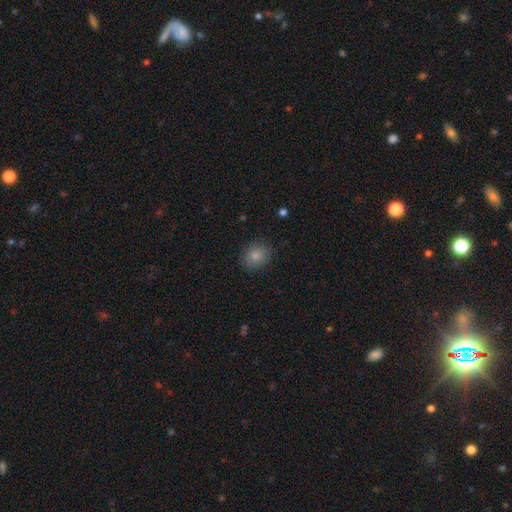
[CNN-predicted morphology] Smooth or featured?
  - smooth: 83% *
  - star or artifact: 9%
  - featured or disk: 7%
How rounded?
  - round: 50% *
  - in between: 49%
  - cigar-shaped: 1%
Merging?
  - none: 87% *
  - minor disturbance: 10%
  - major disturbance: 3%
  - merger: 1%